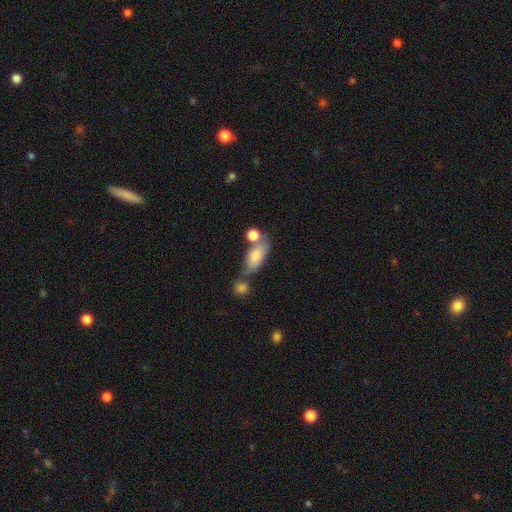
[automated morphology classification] Overall: smooth (77%). How rounded: in between (82%). Merging: none (45%; merger 31%).